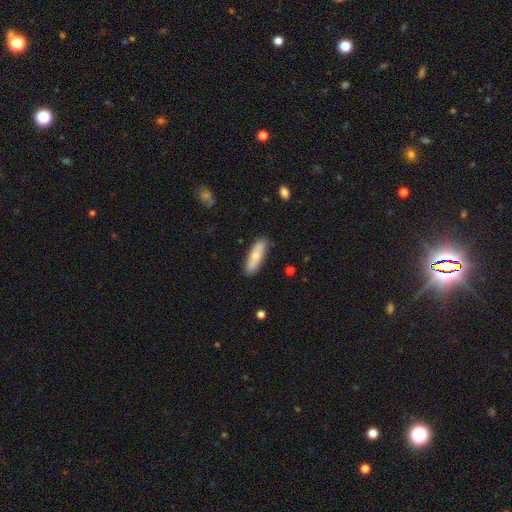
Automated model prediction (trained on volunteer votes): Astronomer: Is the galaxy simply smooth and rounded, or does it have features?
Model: smooth — 68%.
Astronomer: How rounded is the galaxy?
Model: cigar-shaped — 54% (runner-up: in between, 44%).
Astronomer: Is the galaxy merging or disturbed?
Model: none — 85%.